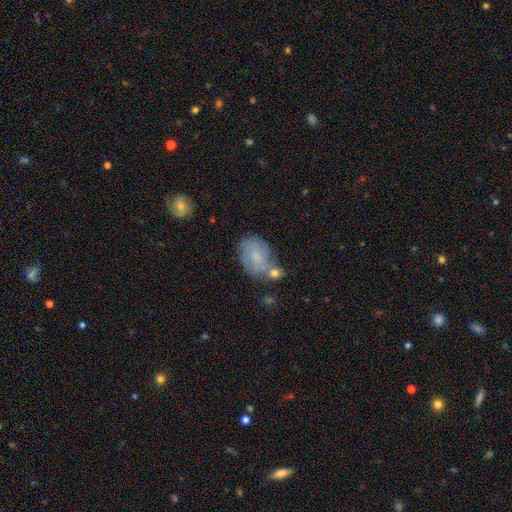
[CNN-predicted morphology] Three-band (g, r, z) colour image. It shows a smooth galaxy with no disk features (65%) that is in between round and cigar-shaped (83%). Merging: none (45%).